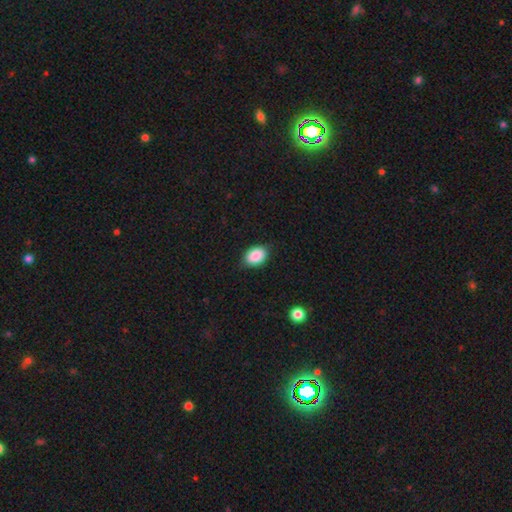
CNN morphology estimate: smooth_or_featured: smooth (p=0.89) [alt: star or artifact p=0.07]
how_rounded: in between (p=0.83) [alt: round p=0.15]
merging: none (p=0.84) [alt: minor disturbance p=0.13]